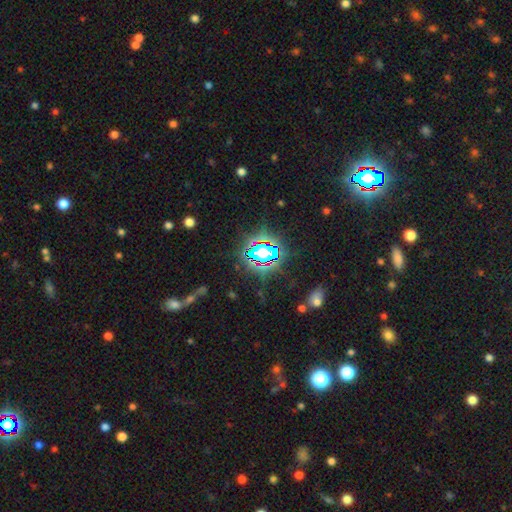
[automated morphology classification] smooth_or_featured: star or artifact (p=0.80) [alt: smooth p=0.12]